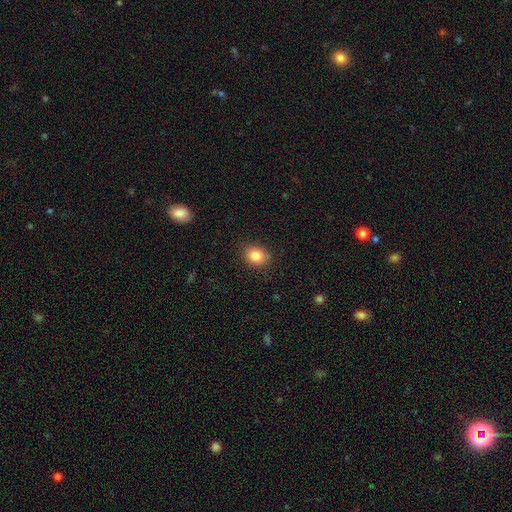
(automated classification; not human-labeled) Smooth or featured: smooth — 84% (star or artifact — 10%)
How rounded: in between — 50% (round — 49%)
Merging: none — 86% (minor disturbance — 11%)